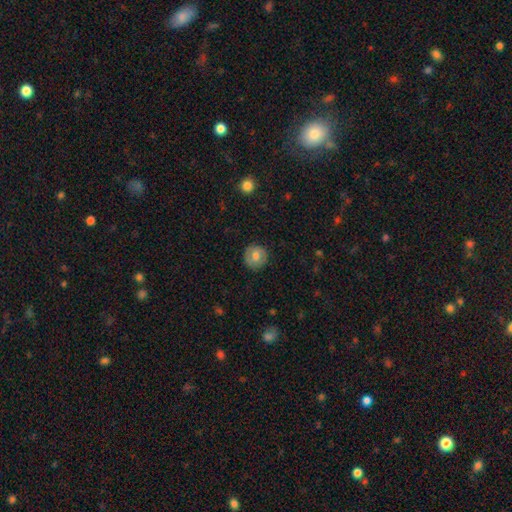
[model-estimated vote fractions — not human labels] Smooth or featured?
  - smooth: 70% *
  - featured or disk: 23%
  - star or artifact: 8%
How rounded?
  - round: 92% *
  - in between: 7%
  - cigar-shaped: 1%
Merging?
  - none: 87% *
  - minor disturbance: 9%
  - major disturbance: 2%
  - merger: 1%